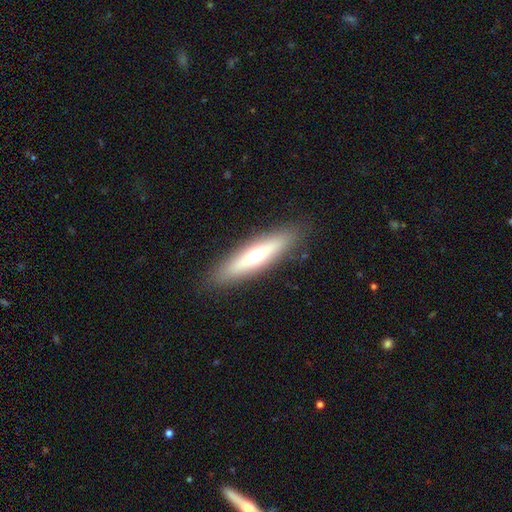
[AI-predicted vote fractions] Smooth or featured? Predicted: smooth (p=0.49). Merging? Predicted: none (p=0.89).